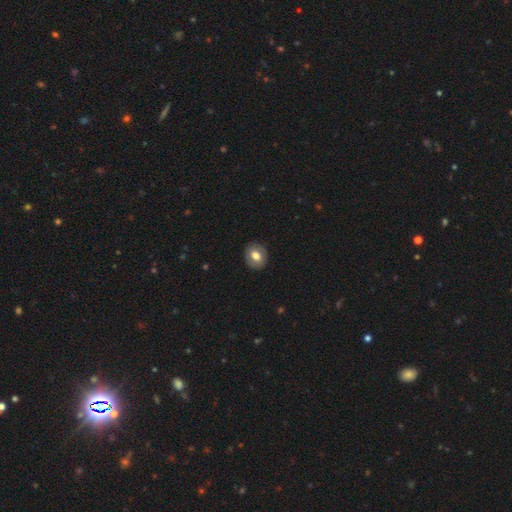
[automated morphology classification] The model was most divided on "how rounded": round: 62%, in between: 37%, cigar-shaped: 1%. More confident: merging — none (88%); smooth or featured — smooth (70%).